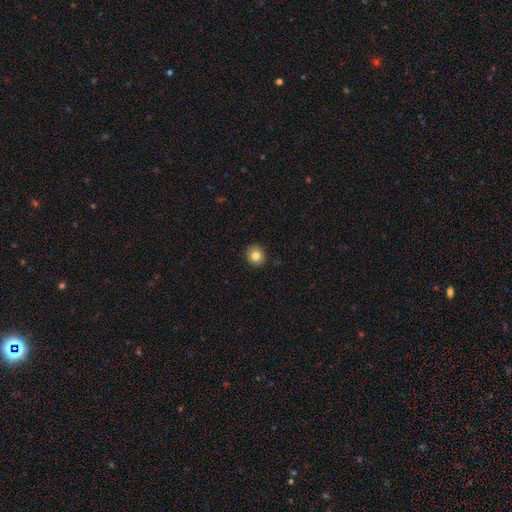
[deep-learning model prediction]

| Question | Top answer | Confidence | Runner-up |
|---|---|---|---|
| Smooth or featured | smooth | 81% | star or artifact (10%) |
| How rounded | round | 89% | in between (10%) |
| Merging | none | 91% | minor disturbance (6%) |